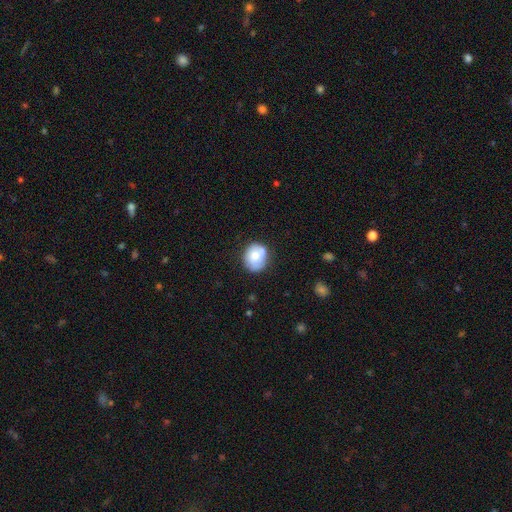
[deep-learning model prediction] Smooth or featured?
  - smooth: 69% *
  - featured or disk: 23%
  - star or artifact: 8%
How rounded?
  - round: 61% *
  - in between: 38%
  - cigar-shaped: 1%
Merging?
  - none: 61% *
  - minor disturbance: 21%
  - merger: 12%
  - major disturbance: 5%